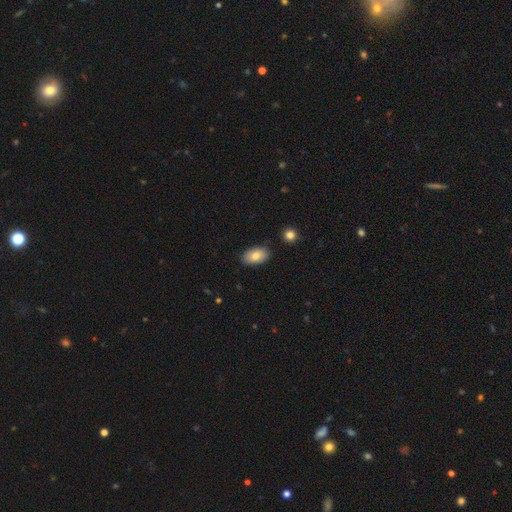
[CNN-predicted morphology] Smooth or featured?
  - smooth: 80% *
  - featured or disk: 13%
  - star or artifact: 7%
How rounded?
  - in between: 93% *
  - round: 6%
  - cigar-shaped: 2%
Merging?
  - none: 86% *
  - minor disturbance: 10%
  - merger: 2%
  - major disturbance: 2%